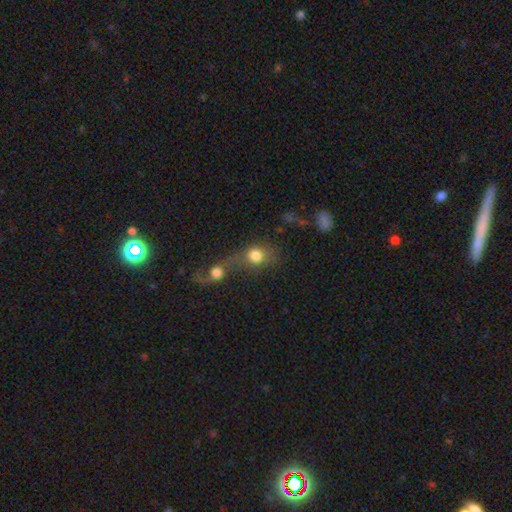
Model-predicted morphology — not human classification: type=smooth (76%); roundness=round (71%); merging=merger (61%).